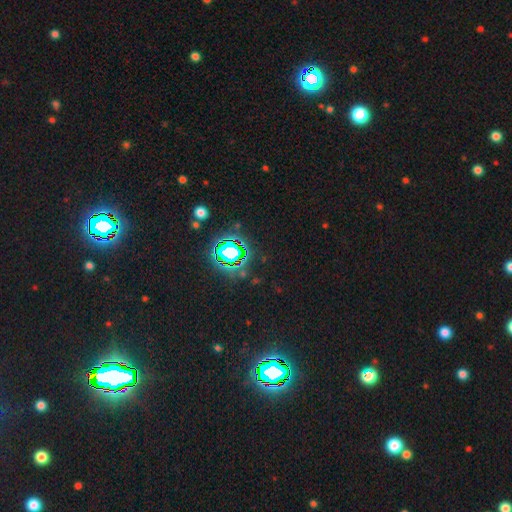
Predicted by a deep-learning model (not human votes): star or artifact 82%, smooth 10%, featured or disk 8%.